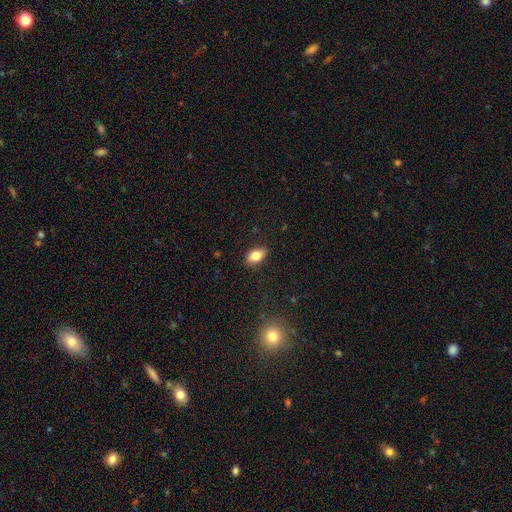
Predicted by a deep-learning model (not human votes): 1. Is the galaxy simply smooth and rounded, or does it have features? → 81% smooth, 11% featured or disk, 8% star or artifact.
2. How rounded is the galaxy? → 89% in between, 9% round, 3% cigar-shaped.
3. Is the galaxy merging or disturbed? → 85% none, 11% minor disturbance, 3% major disturbance, 1% merger.